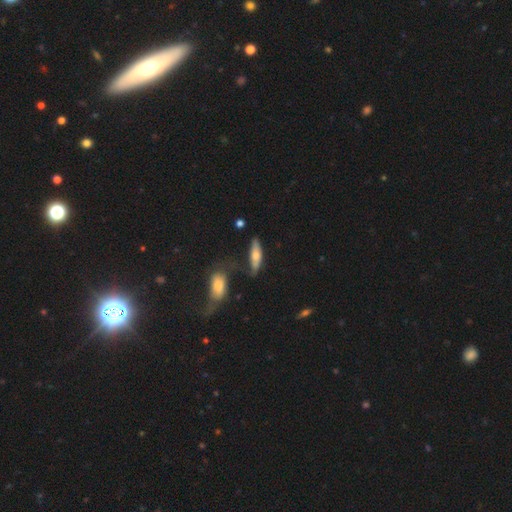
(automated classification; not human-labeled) Smooth or featured? Predicted: smooth (p=0.60). How rounded? Predicted: cigar-shaped (p=0.52). Merging? Predicted: none (p=0.55).